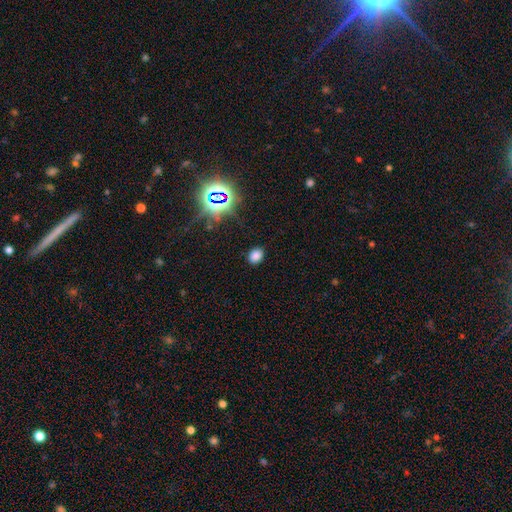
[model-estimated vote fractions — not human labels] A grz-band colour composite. It shows a smooth galaxy with no disk features (76%) that is in between round and cigar-shaped (58%). Merging: none (87%).